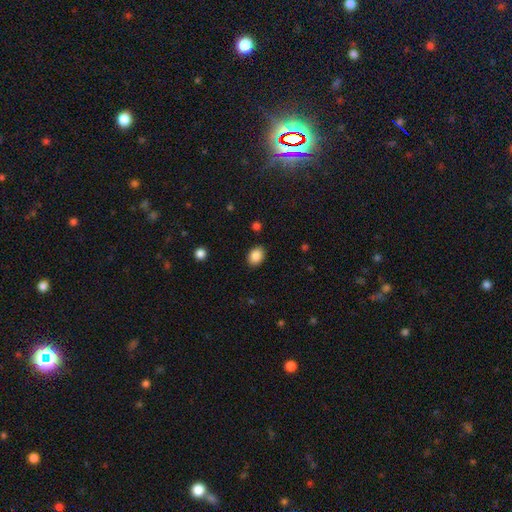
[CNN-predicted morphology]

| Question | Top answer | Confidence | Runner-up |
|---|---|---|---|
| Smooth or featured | smooth | 88% | star or artifact (8%) |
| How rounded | in between | 69% | round (30%) |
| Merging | none | 87% | minor disturbance (9%) |